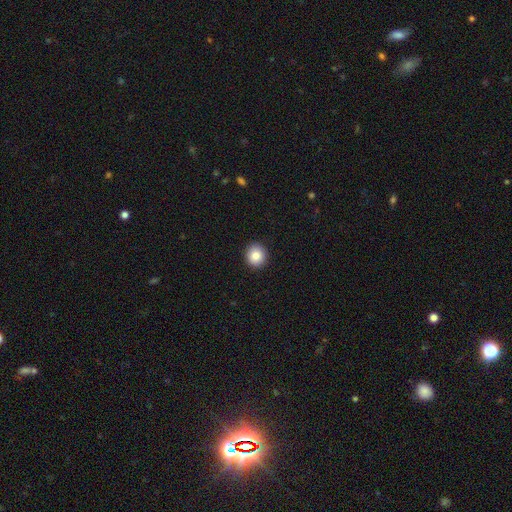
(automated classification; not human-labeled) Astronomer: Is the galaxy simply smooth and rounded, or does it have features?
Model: smooth — 84%.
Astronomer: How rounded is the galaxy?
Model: round — 87%.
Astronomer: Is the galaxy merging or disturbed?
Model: none — 92%.